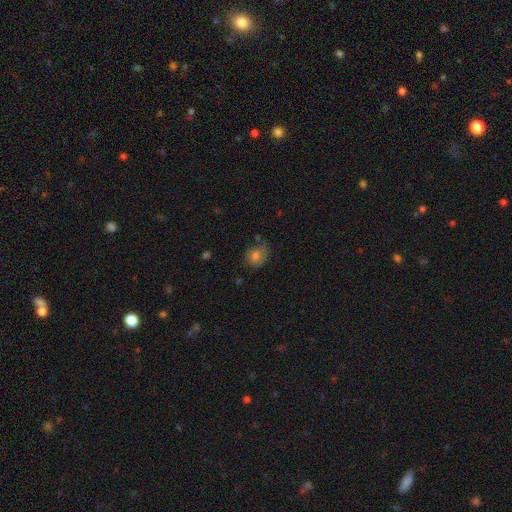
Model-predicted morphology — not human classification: smooth_or_featured: smooth (p=0.73) [alt: featured or disk p=0.15]
how_rounded: in between (p=0.54) [alt: round p=0.45]
merging: none (p=0.56) [alt: minor disturbance p=0.29]